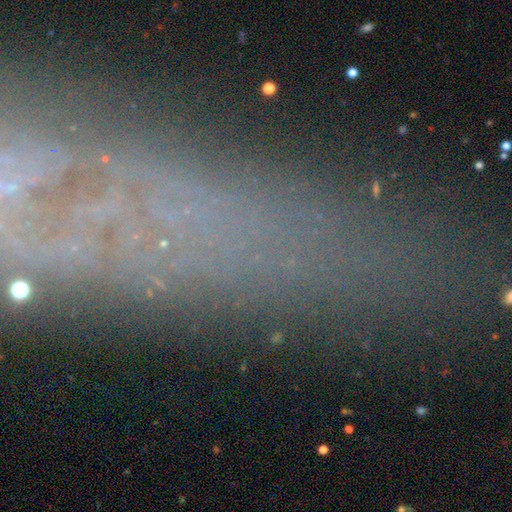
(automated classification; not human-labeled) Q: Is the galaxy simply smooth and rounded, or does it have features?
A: star or artifact — 48%.